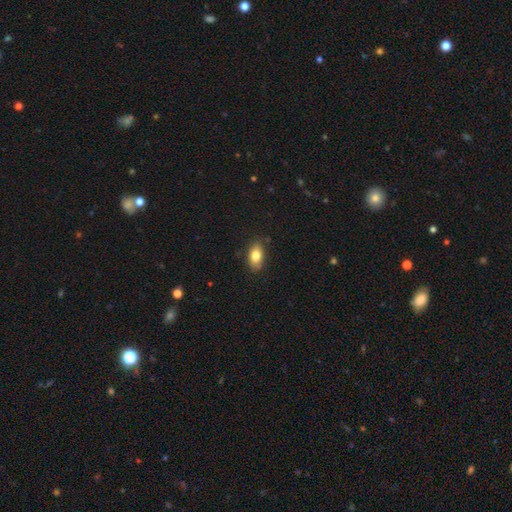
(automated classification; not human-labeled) smooth-or-featured: smooth: 82% | featured or disk: 11% | star or artifact: 8%
  how-rounded: in between: 89% | round: 7% | cigar-shaped: 4%
  merging: none: 83% | minor disturbance: 13% | major disturbance: 2% | merger: 1%